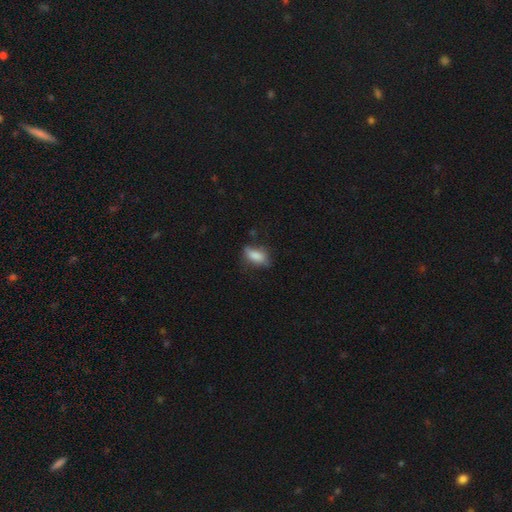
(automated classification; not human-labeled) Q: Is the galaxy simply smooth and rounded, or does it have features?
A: smooth — 80%.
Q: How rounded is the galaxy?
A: in between — 84%.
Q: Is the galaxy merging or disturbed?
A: none — 54%.